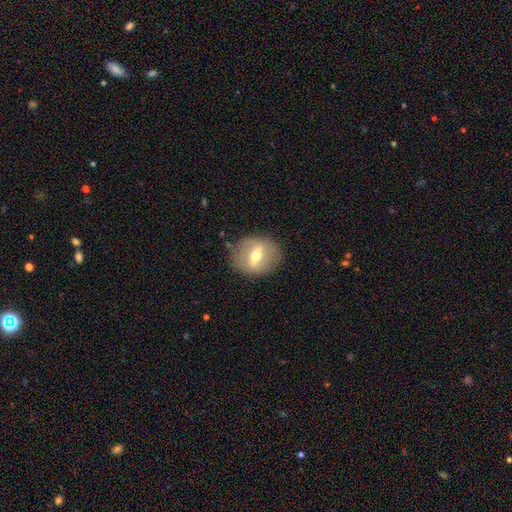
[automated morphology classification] This is possibly a featured or disk galaxy (58%). It is clearly not viewed edge-on (80%). Merging: clearly none (83%).